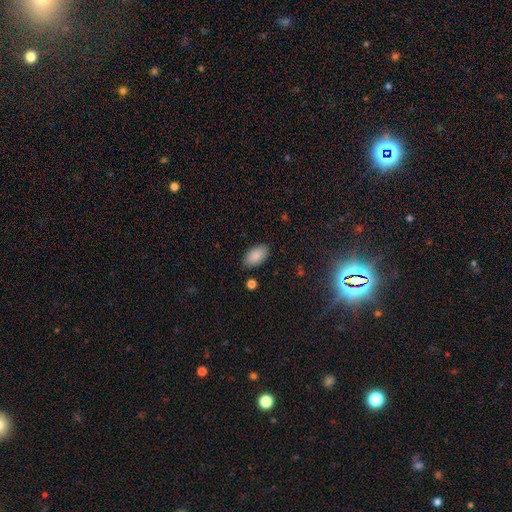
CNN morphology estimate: This appears to be a smooth galaxy with no disk features (89%) that is in between round and cigar-shaped (95%). Merging: none (87%).